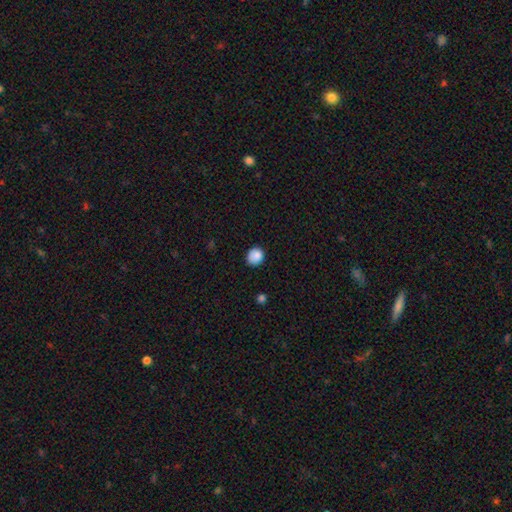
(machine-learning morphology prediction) Overall: smooth (87%). How rounded: round (78%). Merging: none (81%).